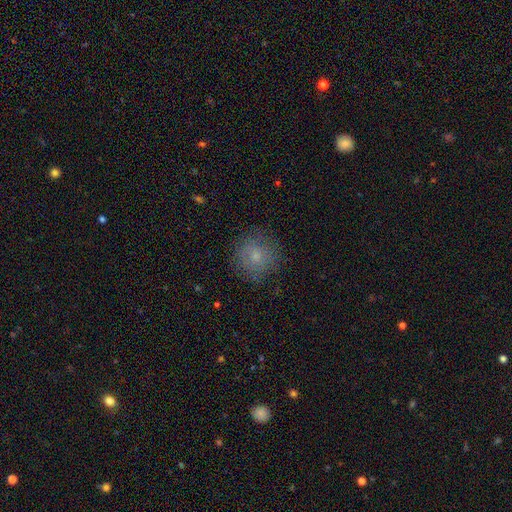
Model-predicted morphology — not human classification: A smooth galaxy with no disk features (73%) that is round (92%).

Vote fractions:
- Smooth or featured? smooth: 73% / featured or disk: 16% / star or artifact: 11%
- How rounded? round: 92% / in between: 7% / cigar-shaped: 1%
- Merging? none: 81% / minor disturbance: 13% / major disturbance: 5% / merger: 1%